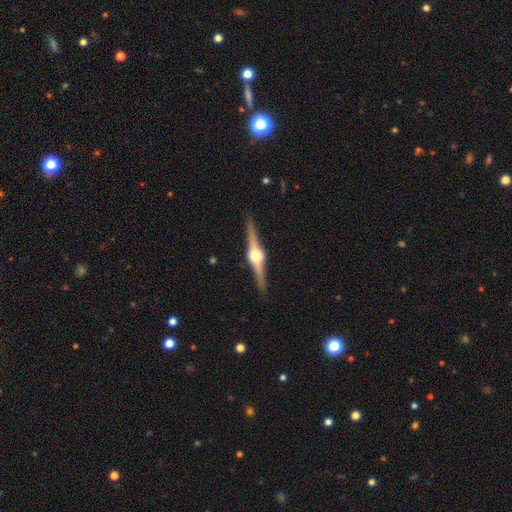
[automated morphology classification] A featured or disk galaxy (87%) viewed edge-on (98%) with a rounded central bulge (96%).

Vote fractions:
- Smooth or featured? featured or disk: 87% / smooth: 8% / star or artifact: 5%
- Edge-on disk? yes: 98% / no: 2%
- Edge-on bulge? rounded: 96% / boxy: 3% / none: 1%
- Merging? none: 91% / minor disturbance: 7% / major disturbance: 1% / merger: 1%